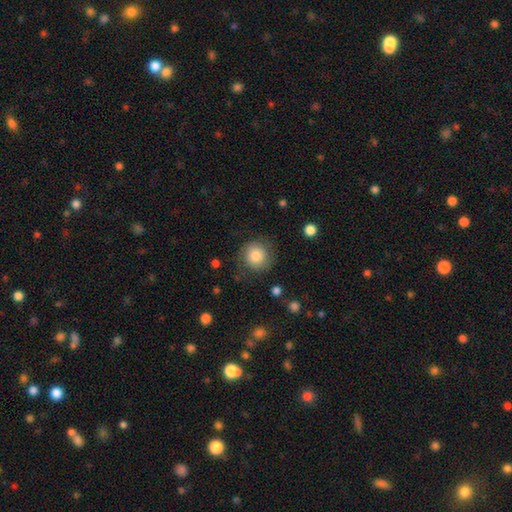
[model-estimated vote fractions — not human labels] A smooth galaxy with no disk features (74%) that is round (91%). Merging: none (76%).